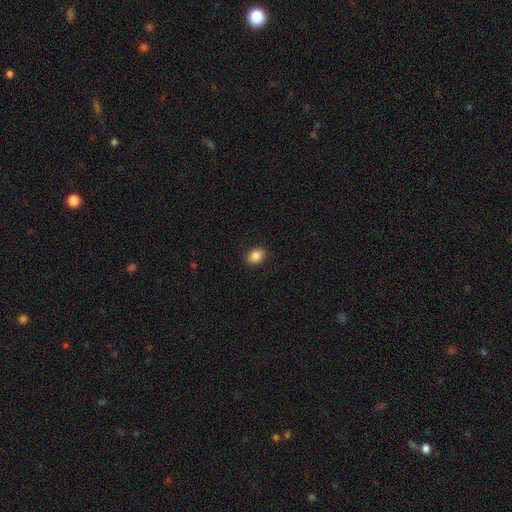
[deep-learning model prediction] A smooth galaxy with no disk features (86%) that is in between round and cigar-shaped (58%).

Vote fractions:
- Smooth or featured? smooth: 86% / star or artifact: 9% / featured or disk: 5%
- How rounded? in between: 58% / round: 41% / cigar-shaped: 1%
- Merging? none: 90% / minor disturbance: 7% / major disturbance: 2% / merger: 1%